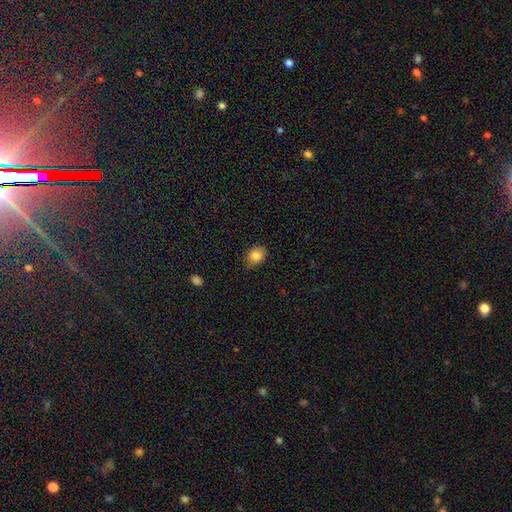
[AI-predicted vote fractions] Smooth or featured? Predicted: smooth (p=0.84). How rounded? Predicted: round (p=0.51). Merging? Predicted: none (p=0.83).